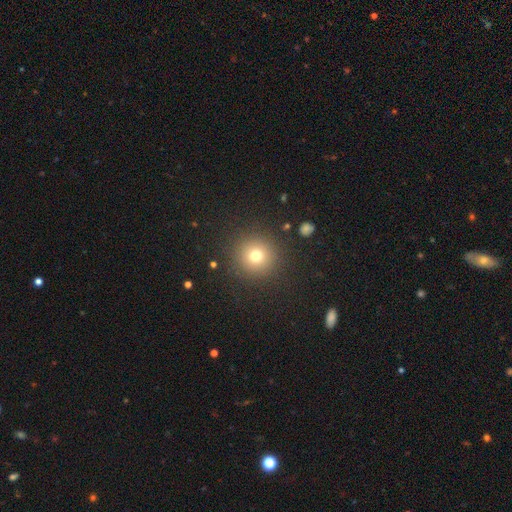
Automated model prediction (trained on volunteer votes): Morphology: type=smooth (74%); roundness=round (94%); merging=none (90%).